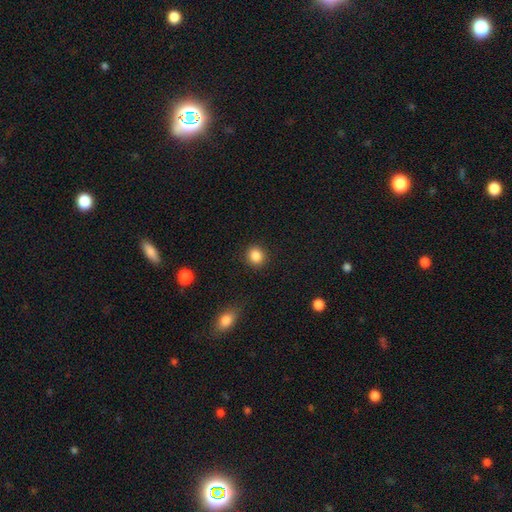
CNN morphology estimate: This is clearly a smooth galaxy (86%). How rounded: clearly round (83%). Merging: clearly none (90%).